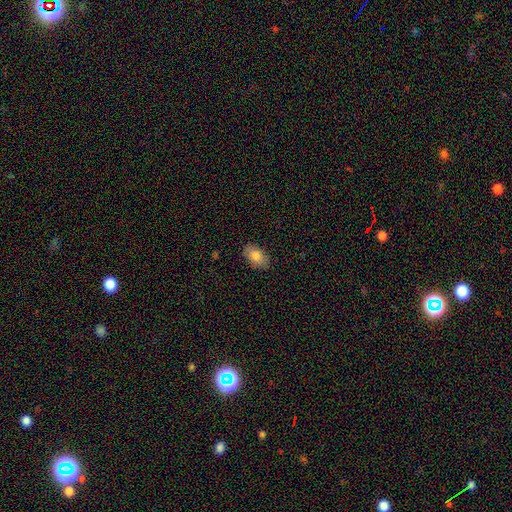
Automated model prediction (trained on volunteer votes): smooth_or_featured: smooth (p=0.83) [alt: featured or disk p=0.10]
how_rounded: in between (p=0.92) [alt: round p=0.07]
merging: none (p=0.86) [alt: minor disturbance p=0.11]